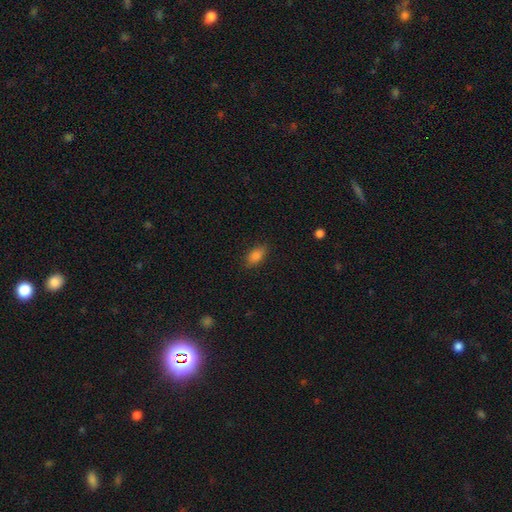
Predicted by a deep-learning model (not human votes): smooth_or_featured: smooth (p=0.85) [alt: star or artifact p=0.10]
how_rounded: in between (p=0.89) [alt: round p=0.06]
merging: none (p=0.84) [alt: minor disturbance p=0.12]